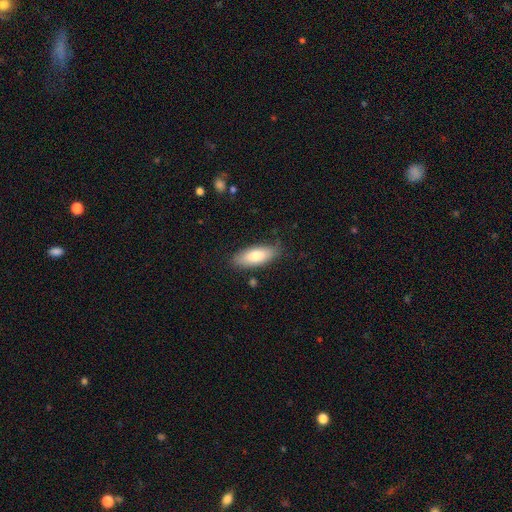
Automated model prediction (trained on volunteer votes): This appears to be a smooth galaxy with no disk features (78%) that is in between round and cigar-shaped (79%). Merging: none (81%).